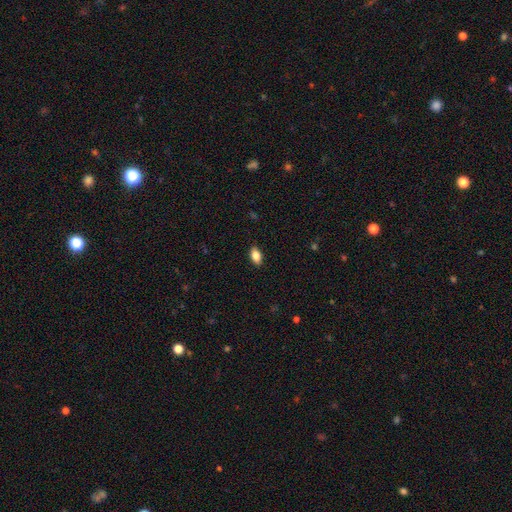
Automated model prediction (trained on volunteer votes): Smooth or featured: smooth — 84% (star or artifact — 8%)
How rounded: in between — 89% (round — 7%)
Merging: none — 89% (minor disturbance — 9%)